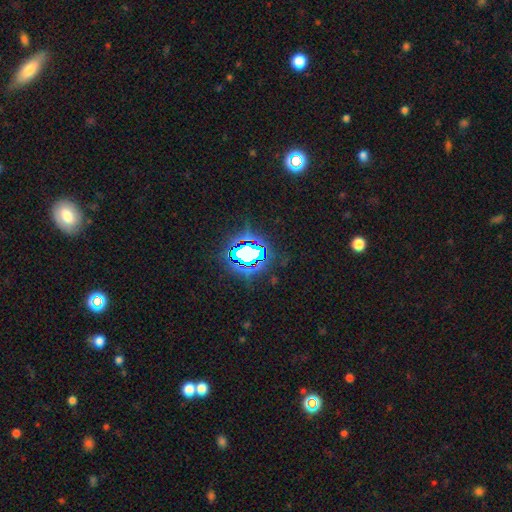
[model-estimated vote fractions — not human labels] A star or artifact, not a galaxy (81%).